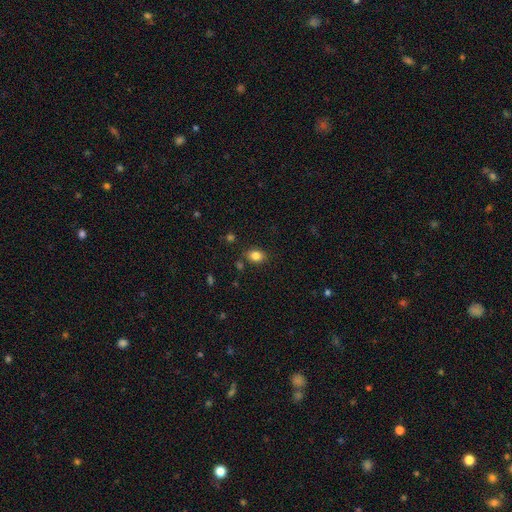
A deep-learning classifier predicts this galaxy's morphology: The model was most divided on "how rounded": in between: 64%, round: 34%, cigar-shaped: 1%. More confident: smooth or featured — smooth (84%); merging — none (80%).